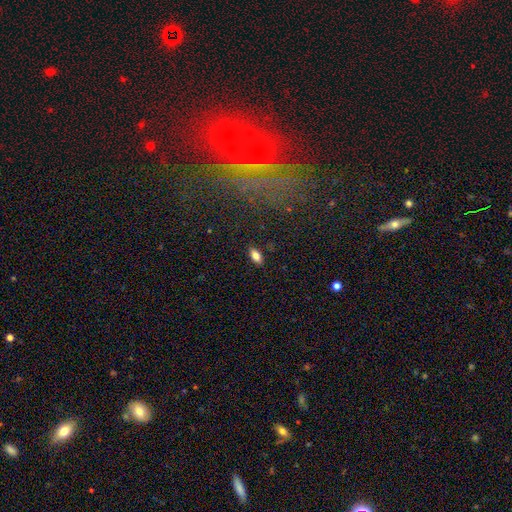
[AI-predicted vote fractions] Smooth or featured: smooth — 78% (featured or disk — 13%)
How rounded: in between — 87% (cigar-shaped — 9%)
Merging: none — 87% (minor disturbance — 9%)